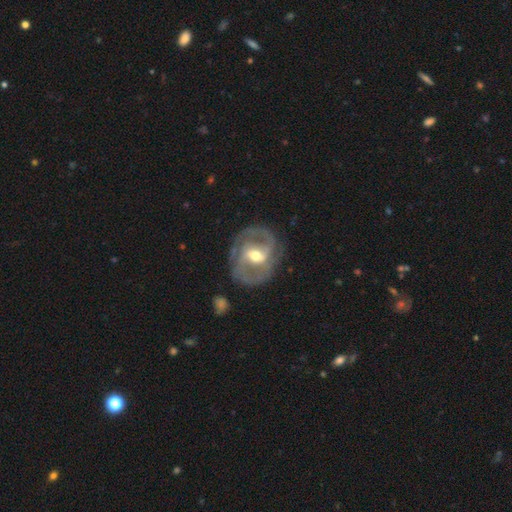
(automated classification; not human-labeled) Smooth or featured? Predicted: featured or disk (p=0.84). Edge-on disk? Predicted: no (p=0.97). Bar? Predicted: weak (p=0.46). Spiral arms? Predicted: yes (p=0.90). Spiral winding? Predicted: medium (p=0.50). Spiral arm count? Predicted: 2 (p=0.79). Bulge size? Predicted: moderate (p=0.70). Merging? Predicted: none (p=0.75).